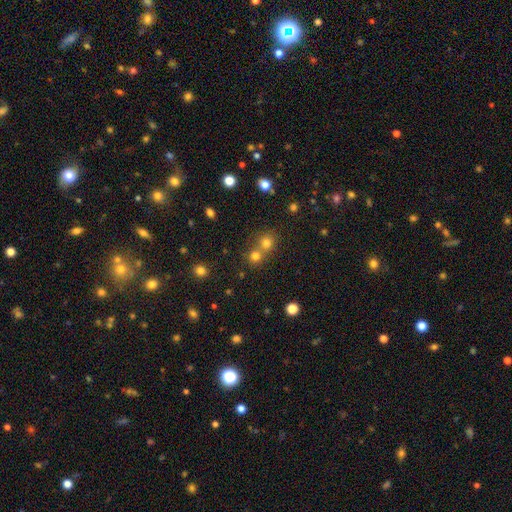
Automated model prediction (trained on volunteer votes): smooth_or_featured: smooth (p=0.73) [alt: star or artifact p=0.19]
how_rounded: round (p=0.87) [alt: in between p=0.12]
merging: none (p=0.51) [alt: merger p=0.42]